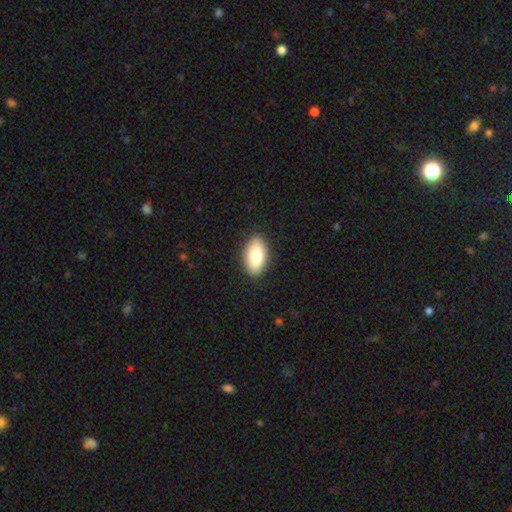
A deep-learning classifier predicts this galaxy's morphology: This is clearly a smooth galaxy (83%). How rounded: clearly in between (94%). Merging: clearly none (88%).